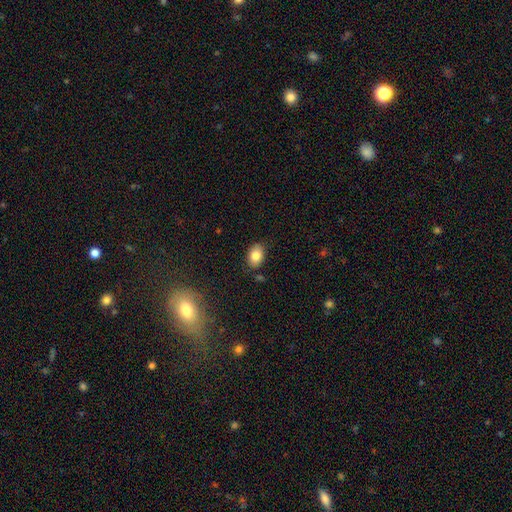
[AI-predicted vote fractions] Smooth or featured? smooth (82%)
How rounded? in between (82%)
Merging? none (84%)